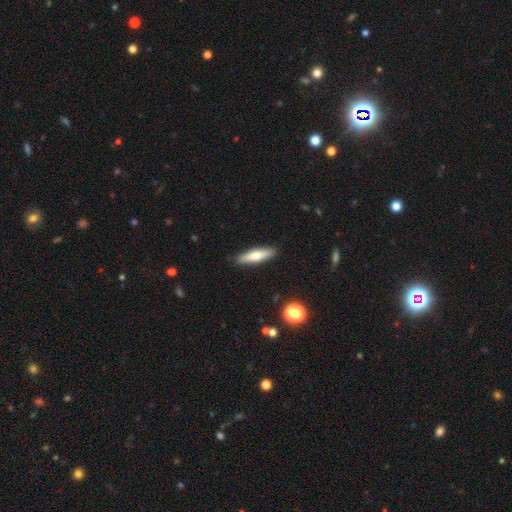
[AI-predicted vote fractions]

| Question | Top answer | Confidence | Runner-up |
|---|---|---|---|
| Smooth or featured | smooth | 67% | featured or disk (27%) |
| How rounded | cigar-shaped | 73% | in between (25%) |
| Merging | none | 89% | minor disturbance (8%) |